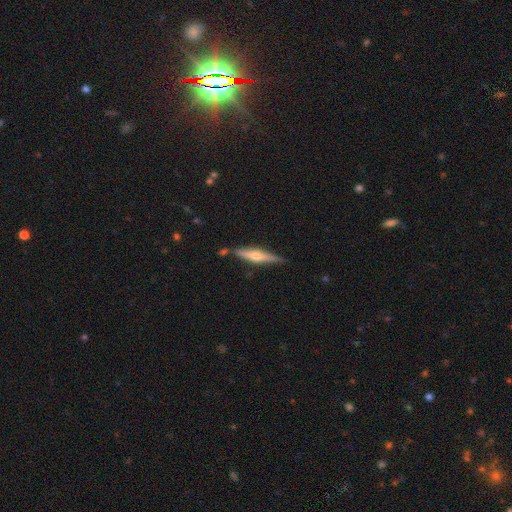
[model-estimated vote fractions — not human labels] smooth_or_featured: featured or disk (p=0.66) [alt: smooth p=0.27]
disk_edge_on: yes (p=0.97) [alt: no p=0.03]
edge_on_bulge: rounded (p=0.82) [alt: boxy p=0.10]
merging: none (p=0.83) [alt: minor disturbance p=0.11]